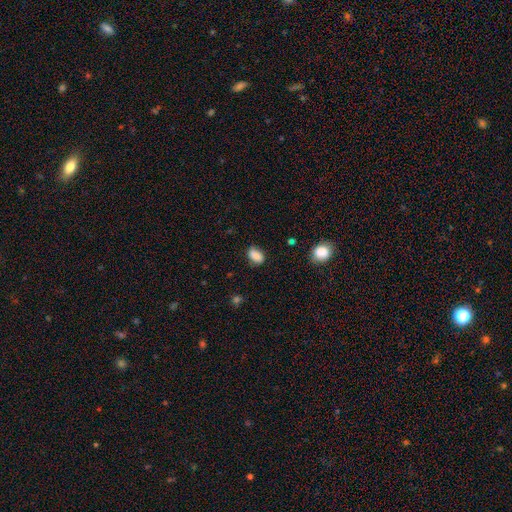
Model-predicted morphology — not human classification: type=smooth (80%); roundness=in between (80%); merging=none (75%).